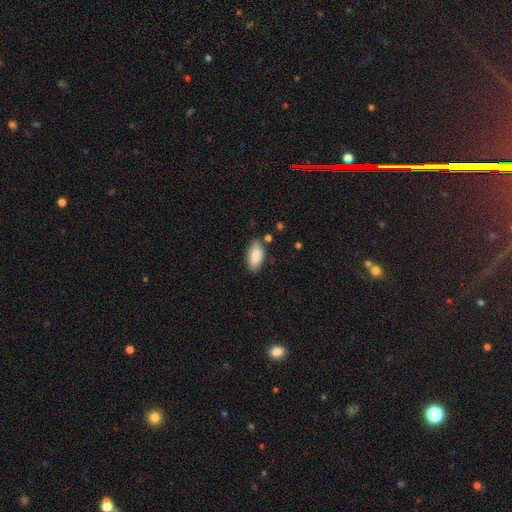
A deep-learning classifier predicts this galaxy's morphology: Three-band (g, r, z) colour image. It shows a smooth galaxy with no disk features (87%) that is in between round and cigar-shaped (91%). Merging: none (77%).